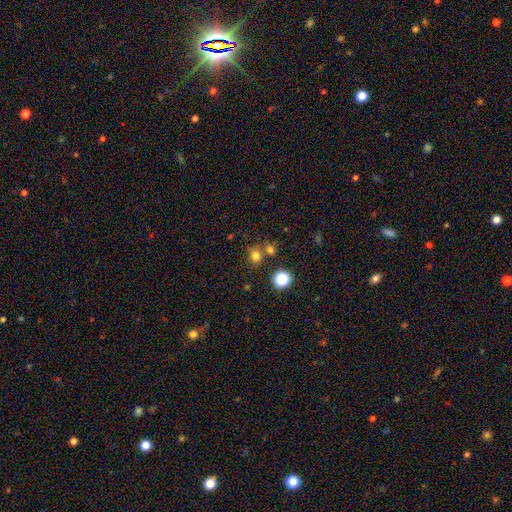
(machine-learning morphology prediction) The model was most divided on "how rounded": round: 73%, in between: 26%, cigar-shaped: 1%. More confident: smooth or featured — smooth (74%); merging — none (71%).